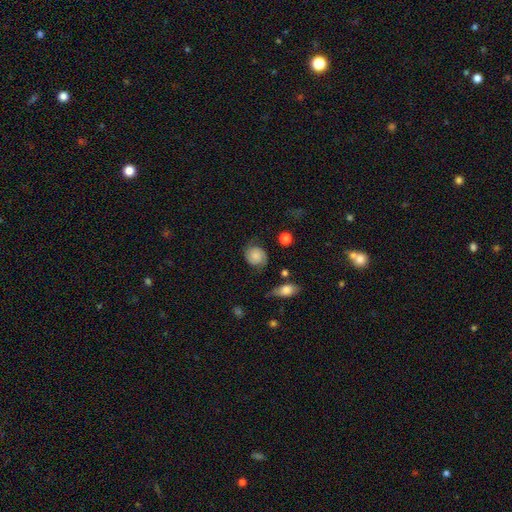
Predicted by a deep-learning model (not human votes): smooth_or_featured: smooth (p=0.52) [alt: featured or disk p=0.39]
how_rounded: round (p=0.65) [alt: in between p=0.33]
merging: none (p=0.67) [alt: minor disturbance p=0.23]